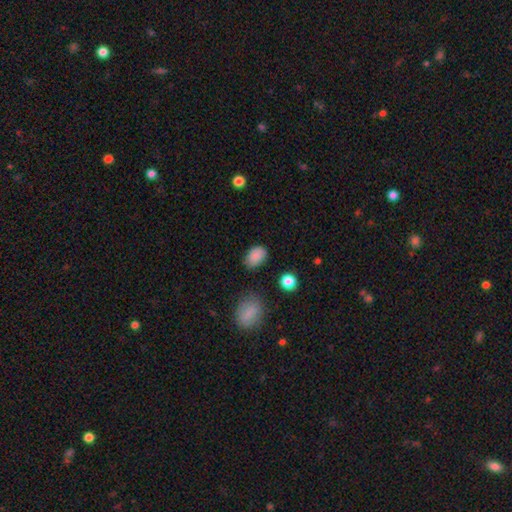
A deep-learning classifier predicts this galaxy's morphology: smooth-or-featured: smooth: 86% | star or artifact: 10% | featured or disk: 4%
  how-rounded: in between: 83% | round: 16% | cigar-shaped: 1%
  merging: none: 74% | minor disturbance: 19% | major disturbance: 4% | merger: 3%